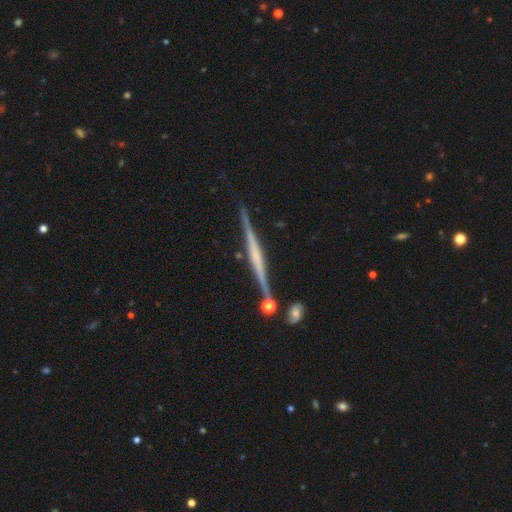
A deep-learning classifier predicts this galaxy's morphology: Smooth or featured: featured or disk — 74% (smooth — 21%)
Edge-on disk: yes — 98% (no — 2%)
Edge-on bulge: none — 65% (rounded — 21%)
Merging: none — 86% (minor disturbance — 8%)